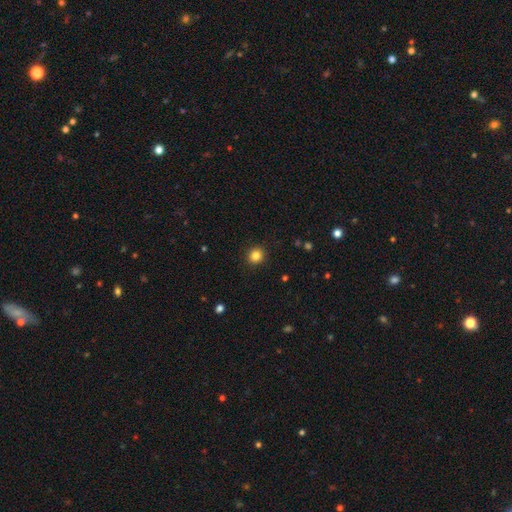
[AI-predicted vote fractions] A smooth galaxy with no disk features (84%) that is round (89%).

Vote fractions:
- Smooth or featured? smooth: 84% / star or artifact: 12% / featured or disk: 5%
- How rounded? round: 89% / in between: 10% / cigar-shaped: 1%
- Merging? none: 92% / minor disturbance: 5% / major disturbance: 2% / merger: 1%